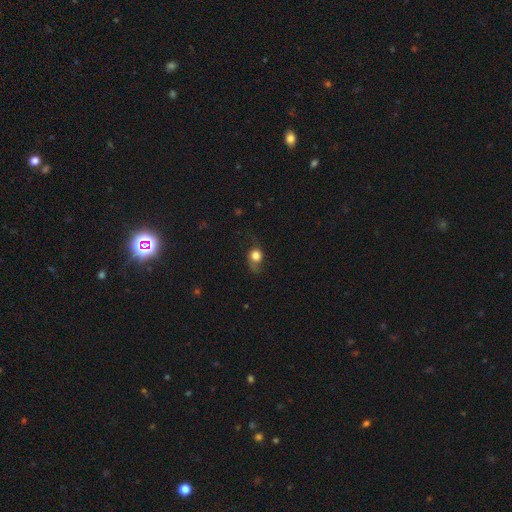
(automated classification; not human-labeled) A smooth galaxy with no disk features (70%) that is round (64%). Merging: none (50%).